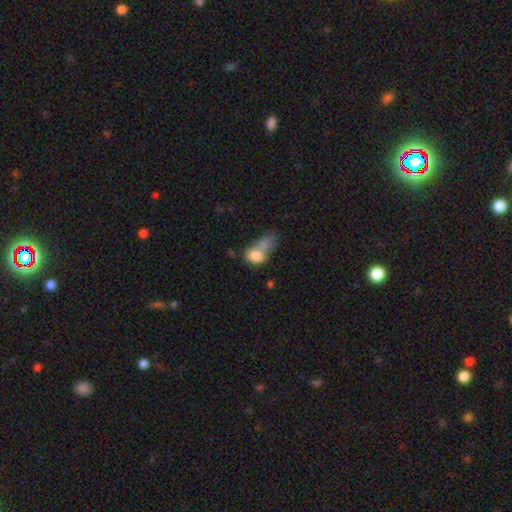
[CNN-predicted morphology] smooth-or-featured: smooth: 76% | featured or disk: 15% | star or artifact: 9%
  how-rounded: in between: 67% | round: 31% | cigar-shaped: 3%
  merging: merger: 54% | none: 19% | major disturbance: 15% | minor disturbance: 12%